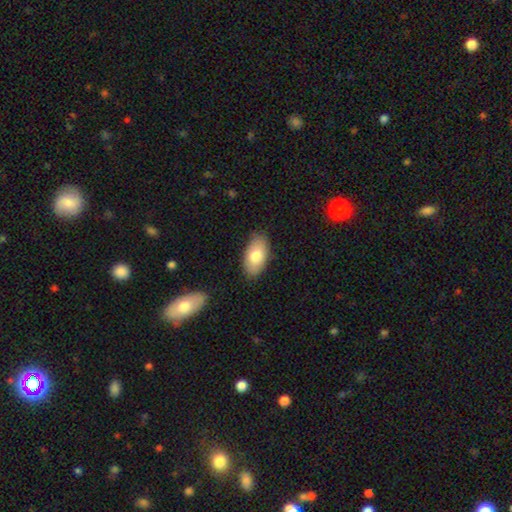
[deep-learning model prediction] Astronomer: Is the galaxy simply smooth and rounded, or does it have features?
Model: smooth — 77%.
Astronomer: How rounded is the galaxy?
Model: in between — 94%.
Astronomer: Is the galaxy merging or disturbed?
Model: none — 84%.